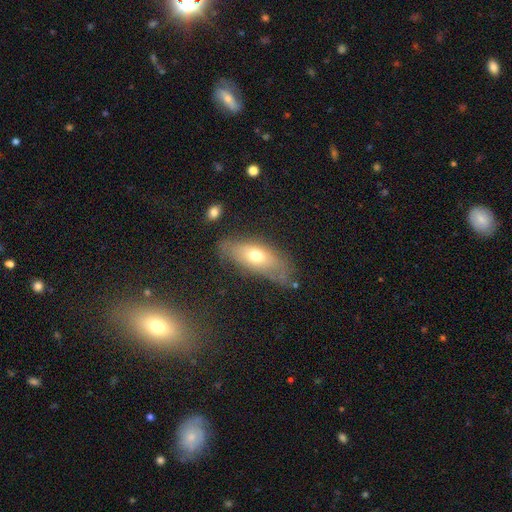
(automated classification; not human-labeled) A smooth galaxy with no disk features (57%) that is in between round and cigar-shaped (73%). Merging: none (62%).